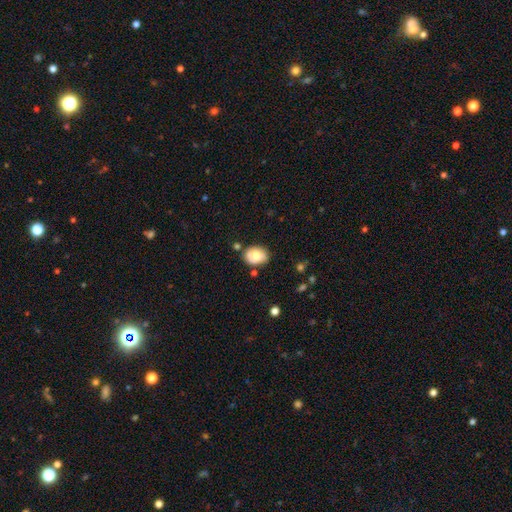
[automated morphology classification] Smooth or featured: smooth — 72% (featured or disk — 20%)
How rounded: in between — 63% (round — 36%)
Merging: none — 73% (minor disturbance — 17%)